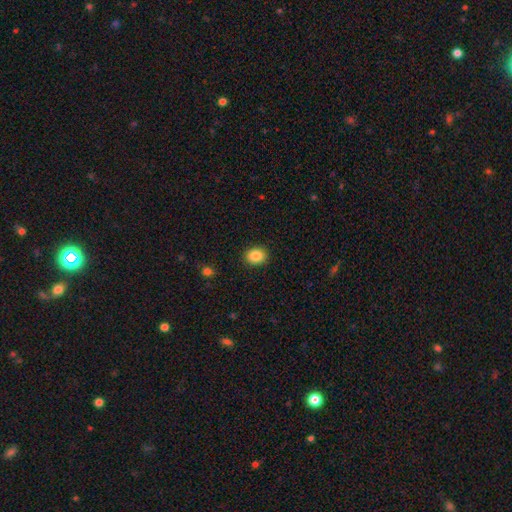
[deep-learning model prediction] Smooth or featured? Predicted: smooth (p=0.87). How rounded? Predicted: round (p=0.55). Merging? Predicted: none (p=0.90).